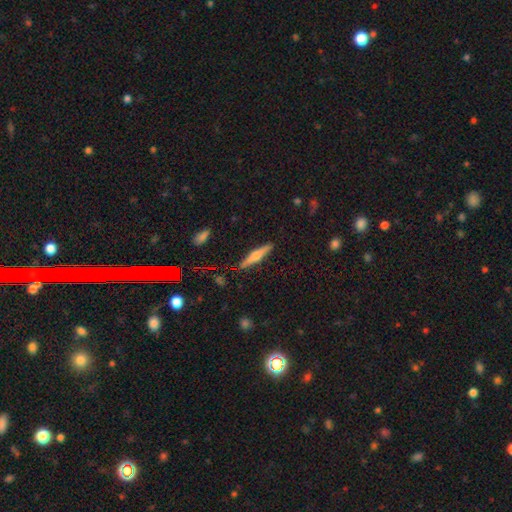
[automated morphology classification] A featured or disk galaxy (57%) viewed edge-on (97%) with a rounded central bulge (81%). Merging: none (90%).